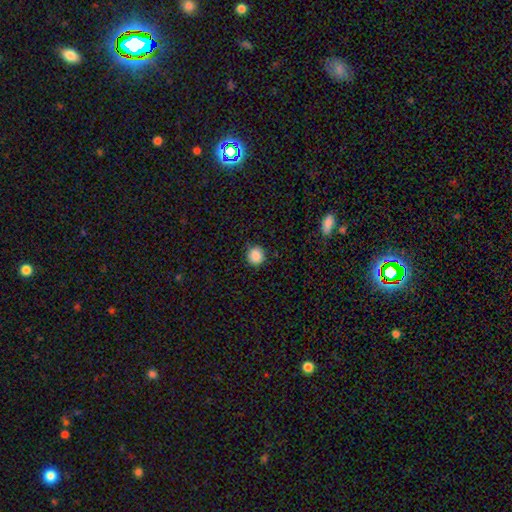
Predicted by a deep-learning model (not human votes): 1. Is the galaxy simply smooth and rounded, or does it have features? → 87% smooth, 9% star or artifact, 3% featured or disk.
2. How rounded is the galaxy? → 91% round, 8% in between, 1% cigar-shaped.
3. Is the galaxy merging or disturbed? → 88% none, 9% minor disturbance, 2% major disturbance, 1% merger.